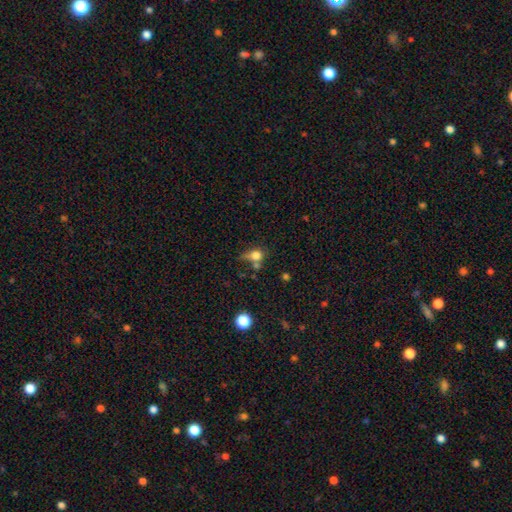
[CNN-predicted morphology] smooth_or_featured: smooth (p=0.73) [alt: star or artifact p=0.15]
how_rounded: round (p=0.67) [alt: in between p=0.30]
merging: none (p=0.37) [alt: merger p=0.25]